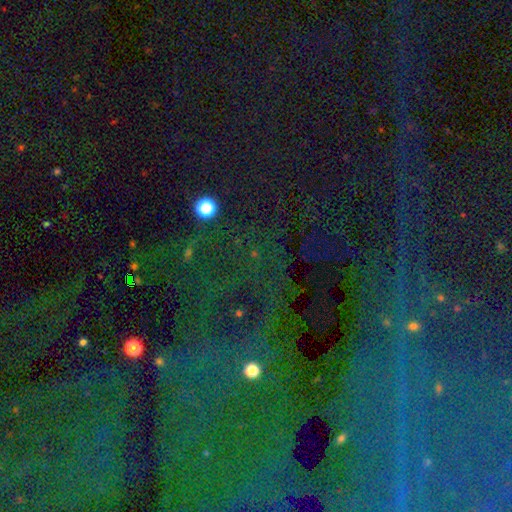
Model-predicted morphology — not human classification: type=star or artifact (83%).